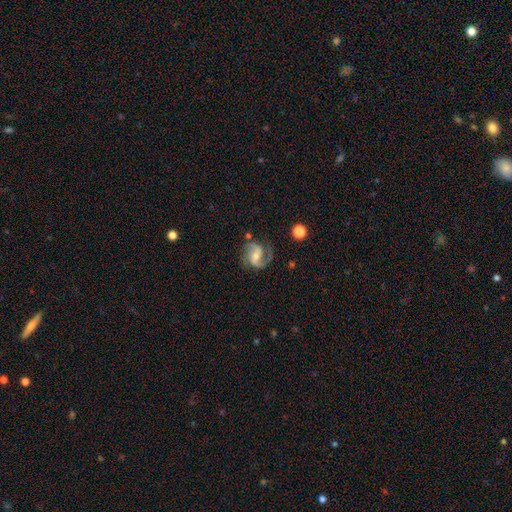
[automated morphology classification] smooth-or-featured: featured or disk: 87% | smooth: 7% | star or artifact: 5%
  disk-edge-on: no: 98% | yes: 2%
    bar: weak: 44% | no: 33% | strong: 23%
    has-spiral-arms: yes: 97% | no: 3%
      spiral-winding: medium: 55% | loose: 27% | tight: 18%
      spiral-arm-count: 2: 88% | 1: 4% | 3: 3% | can't tell: 3% | 4: 1% | more than 4: 1%
    bulge-size: small: 48% | moderate: 45% | none: 4% | large: 3% | dominant: 1%
  merging: none: 71% | minor disturbance: 17% | major disturbance: 9% | merger: 2%